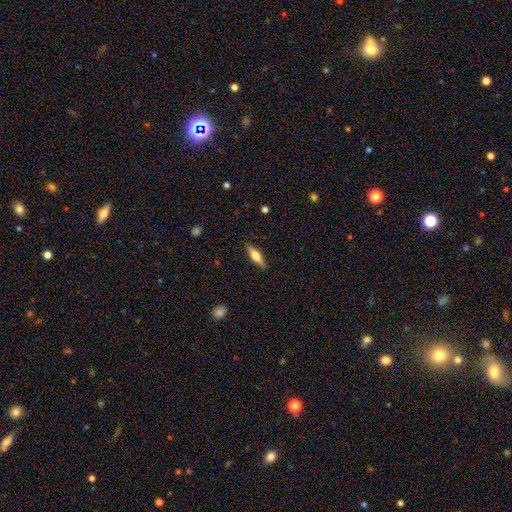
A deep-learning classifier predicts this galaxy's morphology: This is possibly a smooth galaxy (59%). How rounded: possibly cigar-shaped (58%). Merging: clearly none (88%).